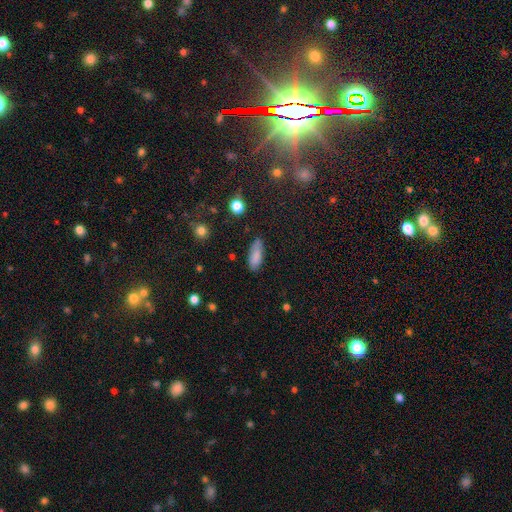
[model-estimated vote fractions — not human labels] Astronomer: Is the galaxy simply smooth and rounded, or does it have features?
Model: smooth — 83%.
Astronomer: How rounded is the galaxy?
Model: in between — 71%.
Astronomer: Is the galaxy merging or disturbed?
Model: none — 74%.